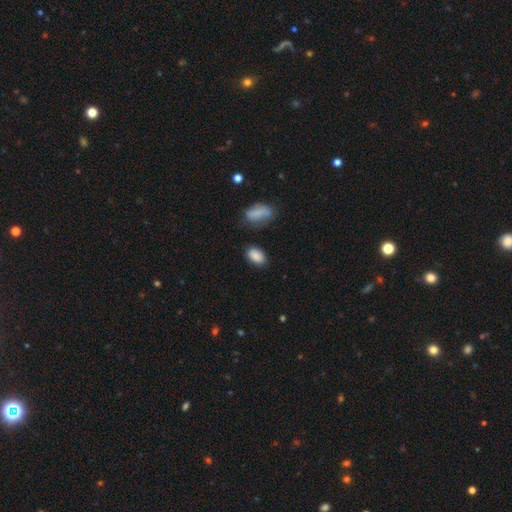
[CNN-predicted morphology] smooth_or_featured: smooth (p=0.88) [alt: star or artifact p=0.08]
how_rounded: in between (p=0.92) [alt: round p=0.07]
merging: none (p=0.78) [alt: minor disturbance p=0.14]